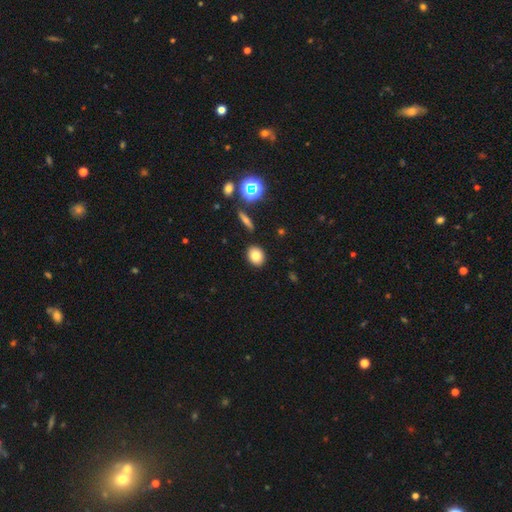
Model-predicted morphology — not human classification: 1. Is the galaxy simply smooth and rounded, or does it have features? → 79% smooth, 11% star or artifact, 9% featured or disk.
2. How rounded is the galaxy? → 53% round, 46% in between, 2% cigar-shaped.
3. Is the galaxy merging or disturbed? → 89% none, 7% minor disturbance, 2% merger, 2% major disturbance.